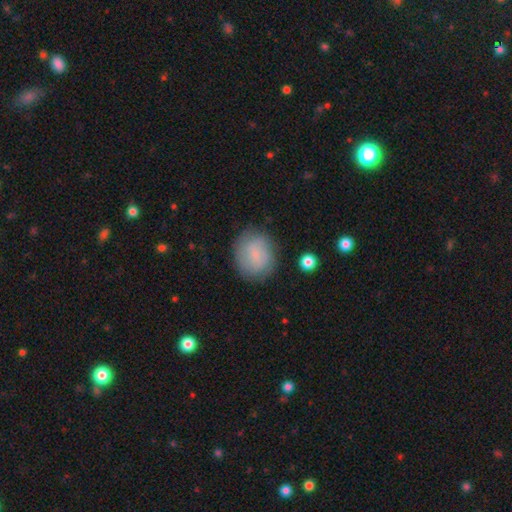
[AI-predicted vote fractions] This is likely a smooth galaxy (76%). How rounded: likely round (71%). Merging: likely none (77%).